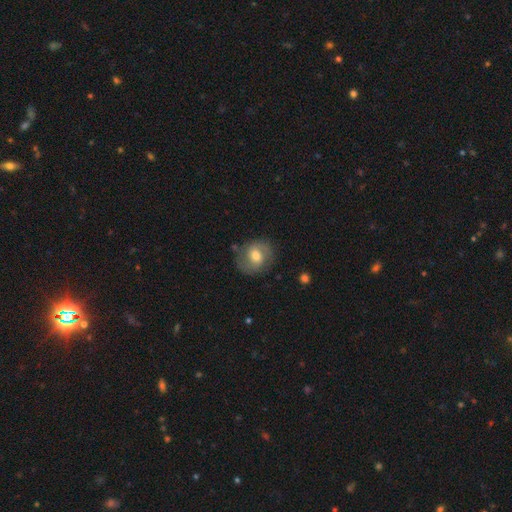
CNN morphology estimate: This is possibly a featured or disk galaxy (51%). It is clearly not viewed edge-on (97%). Merging: likely none (74%).